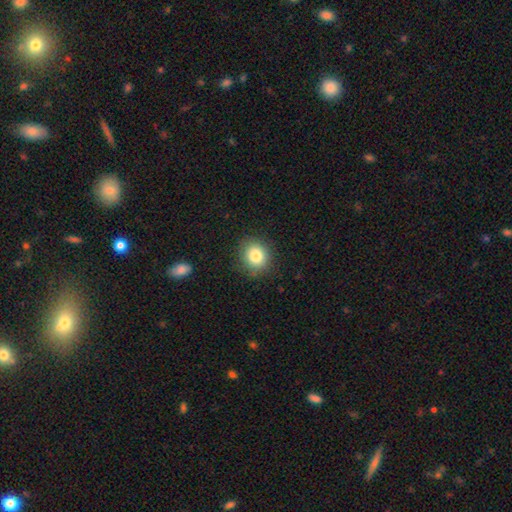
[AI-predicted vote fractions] Smooth or featured? Predicted: smooth (p=0.83). How rounded? Predicted: round (p=0.79). Merging? Predicted: none (p=0.87).